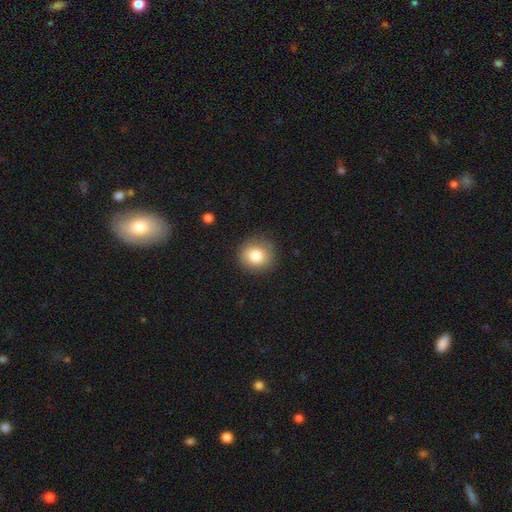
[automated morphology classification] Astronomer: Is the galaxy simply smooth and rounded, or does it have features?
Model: smooth — 82%.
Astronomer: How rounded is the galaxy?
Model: round — 88%.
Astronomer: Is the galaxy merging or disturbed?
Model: none — 88%.